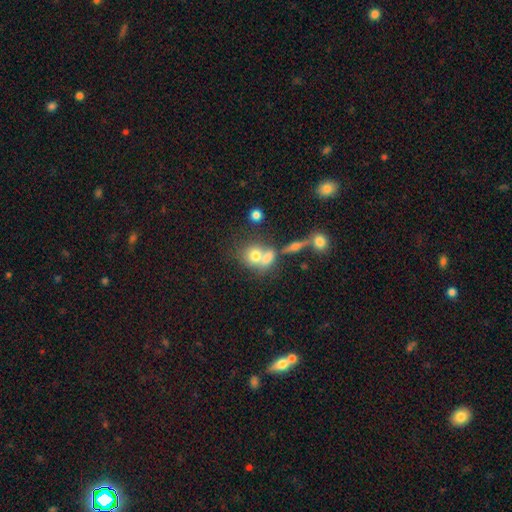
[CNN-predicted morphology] smooth_or_featured: smooth (p=0.71) [alt: featured or disk p=0.18]
how_rounded: round (p=0.63) [alt: in between p=0.34]
merging: merger (p=0.50) [alt: none p=0.35]